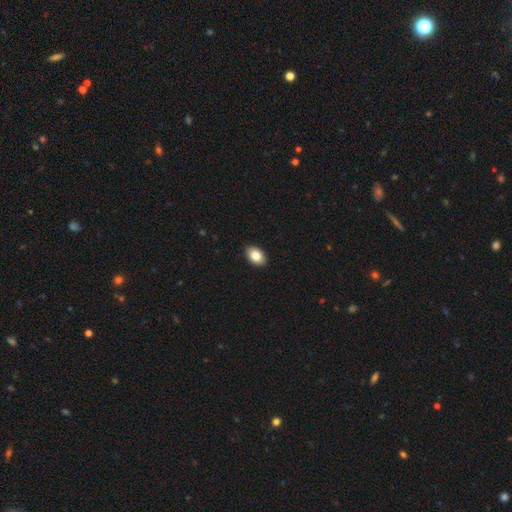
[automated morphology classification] The model was most divided on "how rounded": in between: 88%, round: 11%, cigar-shaped: 1%. More confident: merging — none (91%); smooth or featured — smooth (85%).